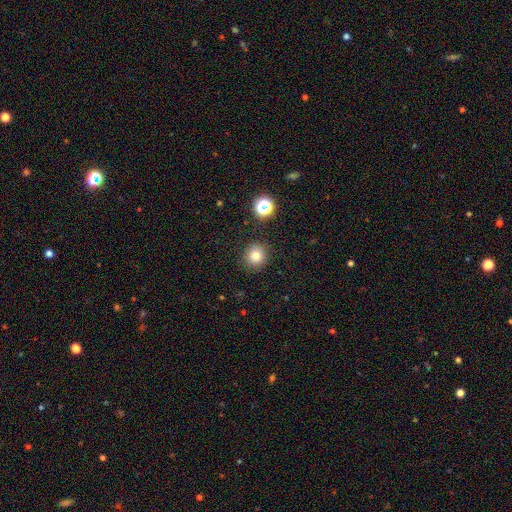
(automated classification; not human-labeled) This appears to be a smooth galaxy with no disk features (77%) that is round (90%). Merging: none (88%).